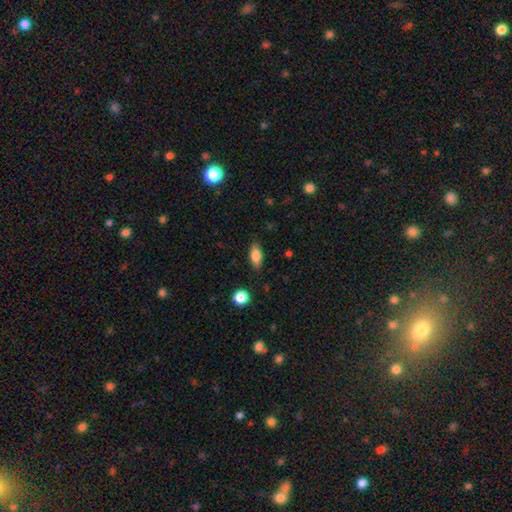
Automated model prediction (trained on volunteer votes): smooth 80%, featured or disk 12%, star or artifact 8%. Down the decision tree: how rounded — in between (83%); merging — none (84%).